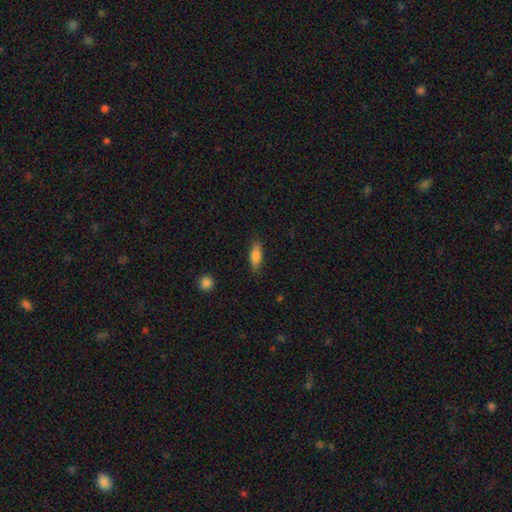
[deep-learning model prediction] Overall: smooth (80%). How rounded: in between (61%; cigar-shaped 37%). Merging: none (83%).